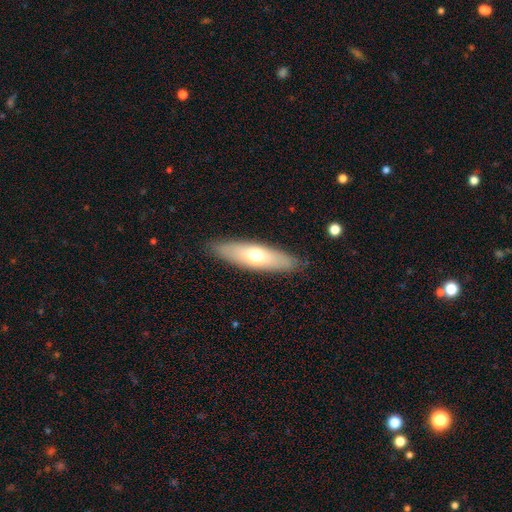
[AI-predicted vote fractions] A smooth galaxy with no disk features (59%) that is cigar-shaped (58%). Merging: none (87%).